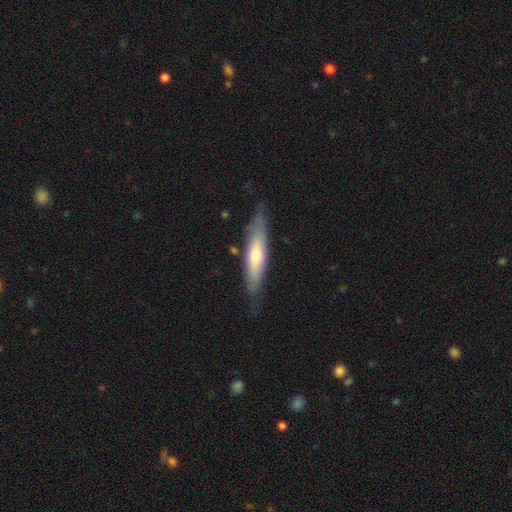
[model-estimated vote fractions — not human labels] Smooth or featured? Predicted: smooth (p=0.51). How rounded? Predicted: cigar-shaped (p=0.74). Merging? Predicted: none (p=0.77).